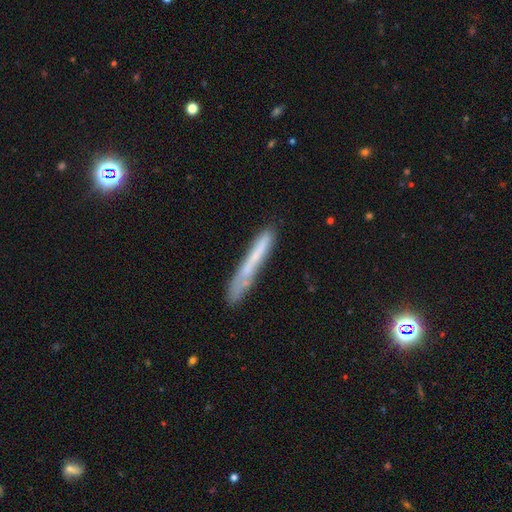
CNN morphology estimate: A smooth galaxy with no disk features (55%) that is cigar-shaped (96%). Merging: none (68%).